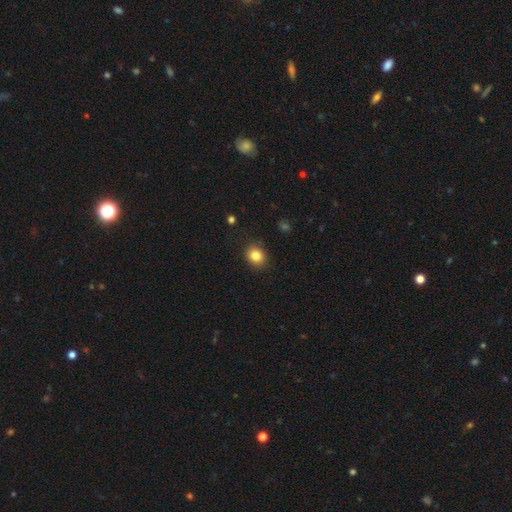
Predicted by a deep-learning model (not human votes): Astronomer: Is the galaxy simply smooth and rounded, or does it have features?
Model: smooth — 84%.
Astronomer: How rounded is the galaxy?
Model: round — 70%.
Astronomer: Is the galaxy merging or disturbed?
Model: none — 88%.